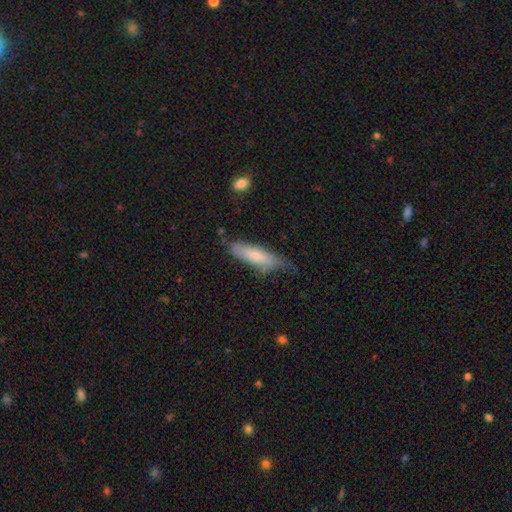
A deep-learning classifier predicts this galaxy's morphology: A smooth galaxy with no disk features (69%) that is cigar-shaped (60%). Merging: none (49%).